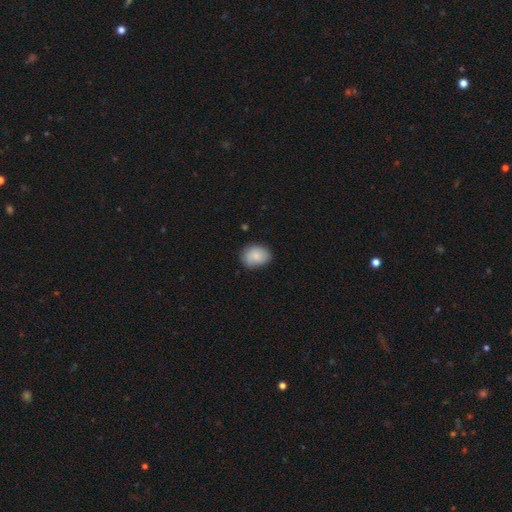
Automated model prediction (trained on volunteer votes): This appears to be a smooth galaxy with no disk features (84%) that is in between round and cigar-shaped (60%). Merging: none (74%).